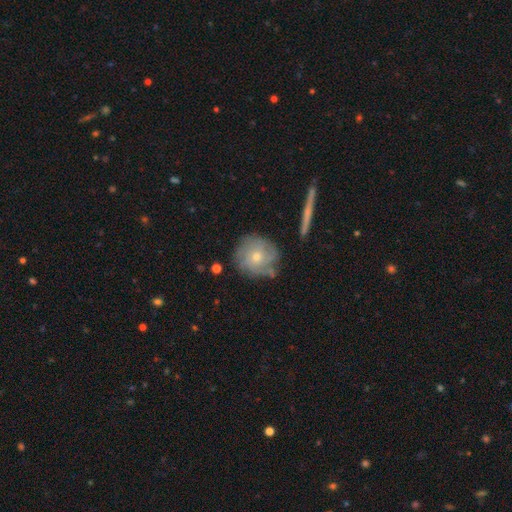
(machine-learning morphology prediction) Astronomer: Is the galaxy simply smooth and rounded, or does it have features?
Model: featured or disk — 51% (runner-up: smooth, 40%).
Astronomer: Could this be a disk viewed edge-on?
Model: no — 94%.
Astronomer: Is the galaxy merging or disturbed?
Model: none — 69%.